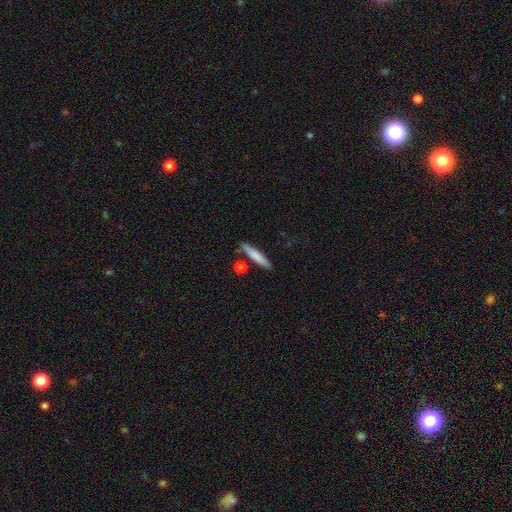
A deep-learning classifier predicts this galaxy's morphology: A smooth galaxy with no disk features (78%) that is cigar-shaped (88%).

Vote fractions:
- Smooth or featured? smooth: 78% / featured or disk: 16% / star or artifact: 6%
- How rounded? cigar-shaped: 88% / in between: 10% / round: 2%
- Merging? none: 82% / minor disturbance: 10% / merger: 6% / major disturbance: 2%